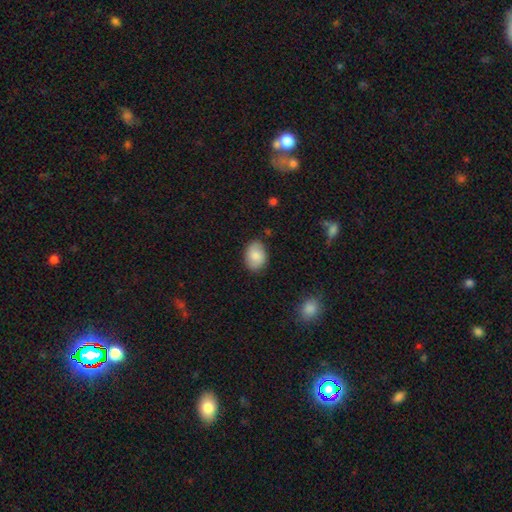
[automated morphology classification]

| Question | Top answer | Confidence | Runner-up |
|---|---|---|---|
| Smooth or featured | smooth | 84% | featured or disk (9%) |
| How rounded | in between | 72% | round (27%) |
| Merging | none | 82% | minor disturbance (14%) |